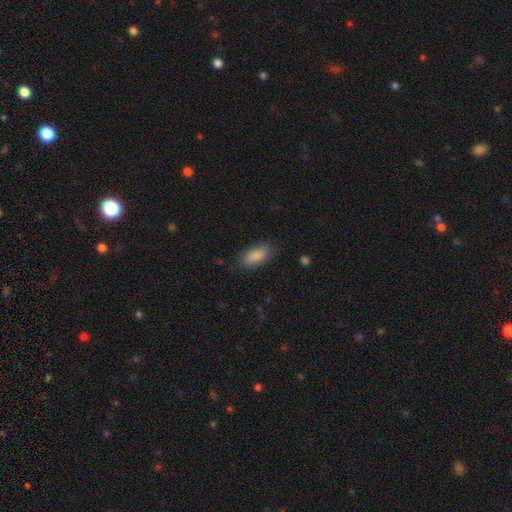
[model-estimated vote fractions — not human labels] smooth-or-featured: smooth: 88% | star or artifact: 7% | featured or disk: 5%
  how-rounded: in between: 88% | cigar-shaped: 9% | round: 3%
  merging: none: 82% | minor disturbance: 13% | major disturbance: 3% | merger: 1%